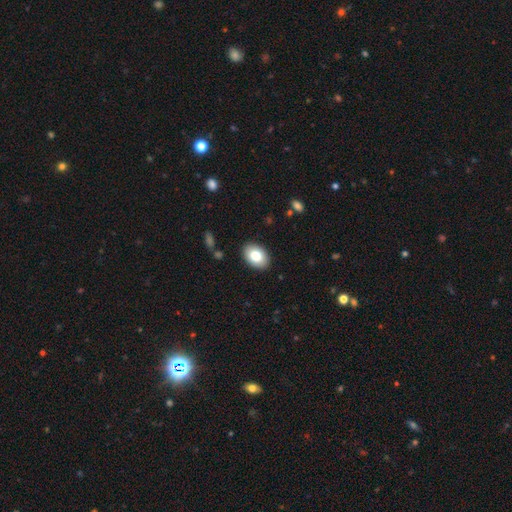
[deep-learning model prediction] Q: Smooth or featured?
A: smooth (82%); runner-up: featured or disk (11%)
Q: How rounded?
A: in between (85%); runner-up: round (14%)
Q: Merging?
A: none (89%); runner-up: minor disturbance (8%)